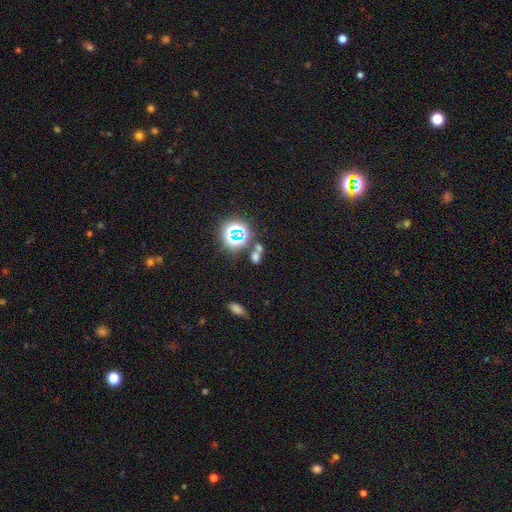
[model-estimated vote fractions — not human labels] A smooth galaxy with no disk features (53%) that is in between round and cigar-shaped (52%). Merging: none (49%).